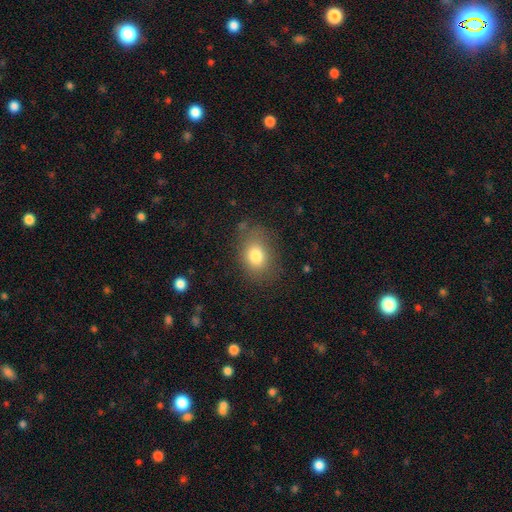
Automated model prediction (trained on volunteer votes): smooth 79%, featured or disk 11%, star or artifact 10%. Down the decision tree: how rounded — in between (67%); merging — none (74%).